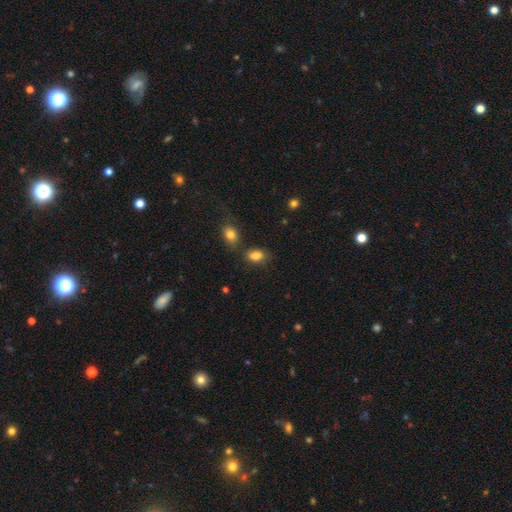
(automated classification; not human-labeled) Q: Smooth or featured?
A: smooth (84%); runner-up: star or artifact (9%)
Q: How rounded?
A: in between (85%); runner-up: round (13%)
Q: Merging?
A: none (65%); runner-up: minor disturbance (17%)